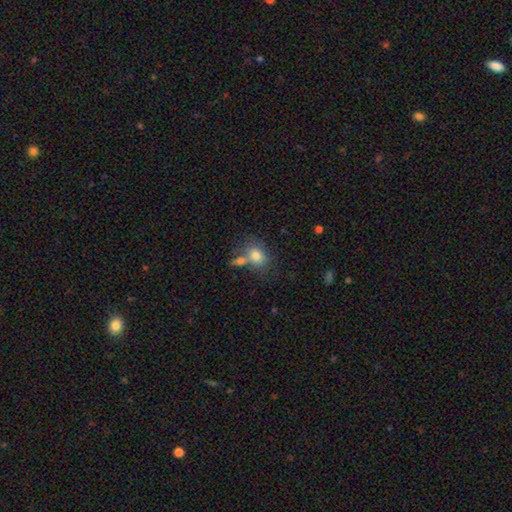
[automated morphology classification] The model was most divided on "how rounded": in between: 57%, round: 42%, cigar-shaped: 1%. Remaining: smooth or featured — smooth (78%); merging — none (49%).